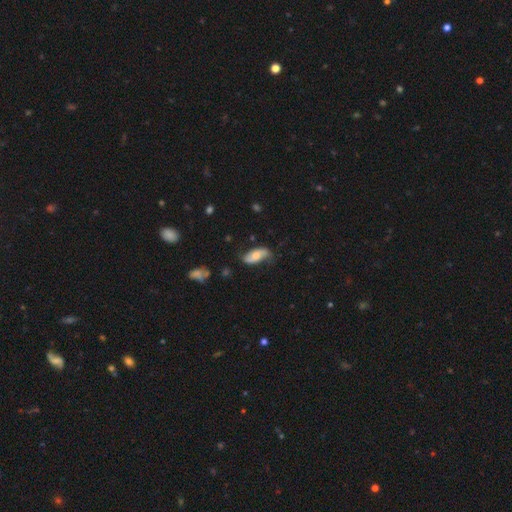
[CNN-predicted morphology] This is possibly a featured or disk galaxy (53%). It is clearly not viewed edge-on (89%). Merging: likely none (64%).